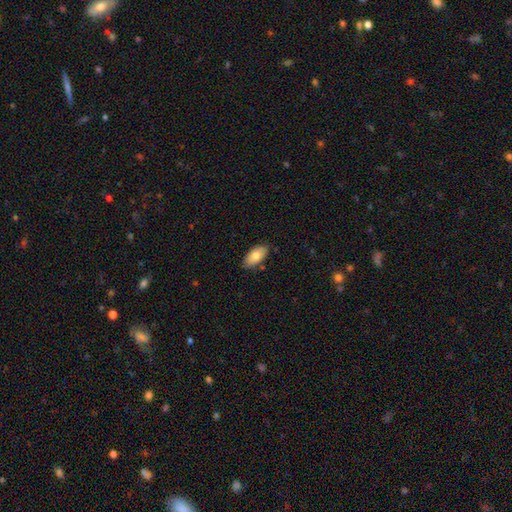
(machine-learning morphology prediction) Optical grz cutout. It shows a smooth galaxy with no disk features (79%) that is in between round and cigar-shaped (92%). Merging: none (84%).